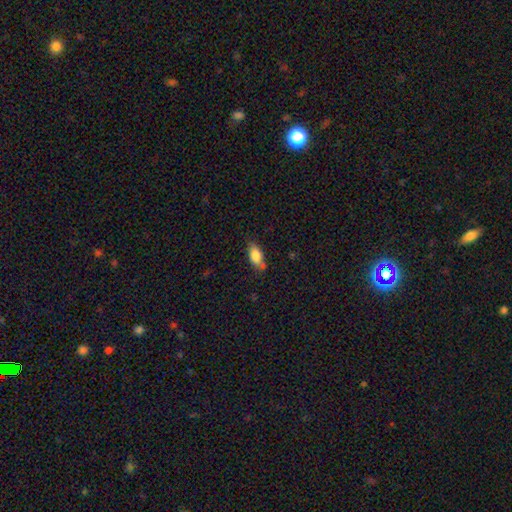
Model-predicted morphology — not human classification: smooth-or-featured: smooth: 81% | featured or disk: 12% | star or artifact: 7%
  how-rounded: in between: 84% | cigar-shaped: 12% | round: 4%
  merging: none: 67% | minor disturbance: 24% | major disturbance: 5% | merger: 4%